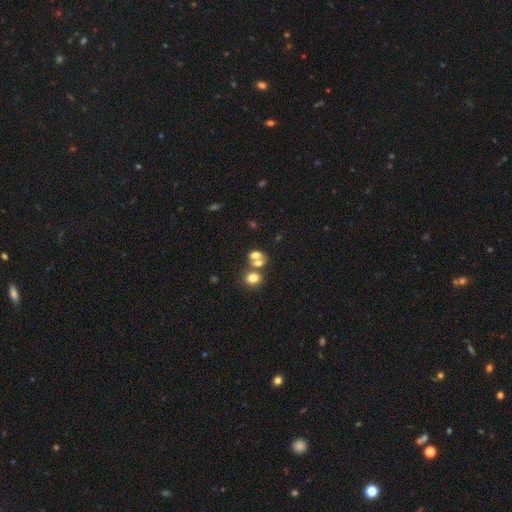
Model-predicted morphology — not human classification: A smooth galaxy with no disk features (65%) that is in between round and cigar-shaped (52%). Merging: merger (50%).